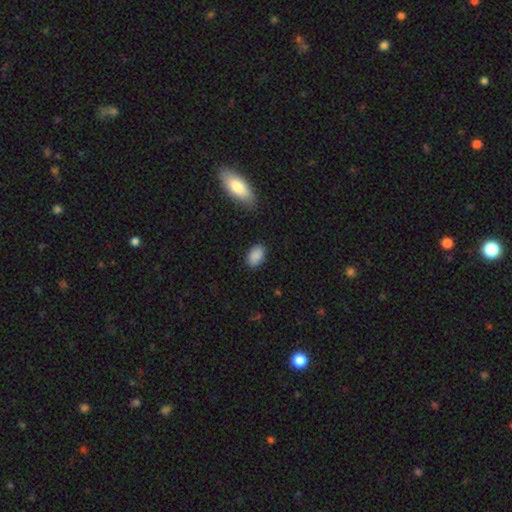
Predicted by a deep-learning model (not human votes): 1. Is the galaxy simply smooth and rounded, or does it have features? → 88% smooth, 7% star or artifact, 5% featured or disk.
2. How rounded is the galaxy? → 91% in between, 8% round, 2% cigar-shaped.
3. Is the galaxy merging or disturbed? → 85% none, 11% minor disturbance, 3% major disturbance, 2% merger.